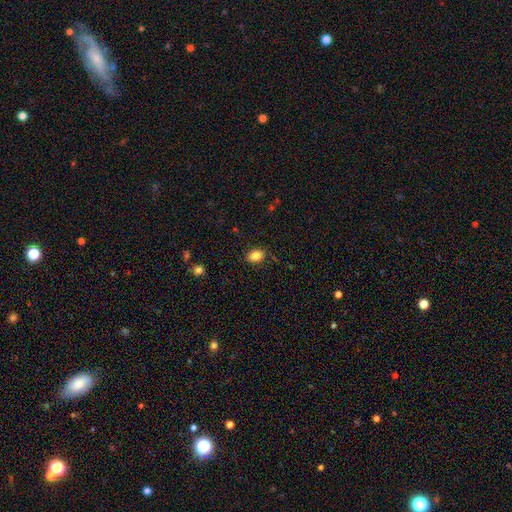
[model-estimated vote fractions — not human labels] Morphology: type=smooth (85%); roundness=in between (73%); merging=none (85%).